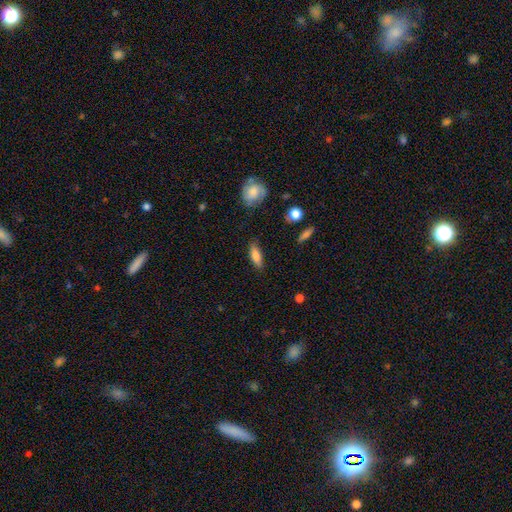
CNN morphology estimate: smooth 78%, featured or disk 15%, star or artifact 7%. Down the decision tree: how rounded — in between (58%); merging — none (82%).